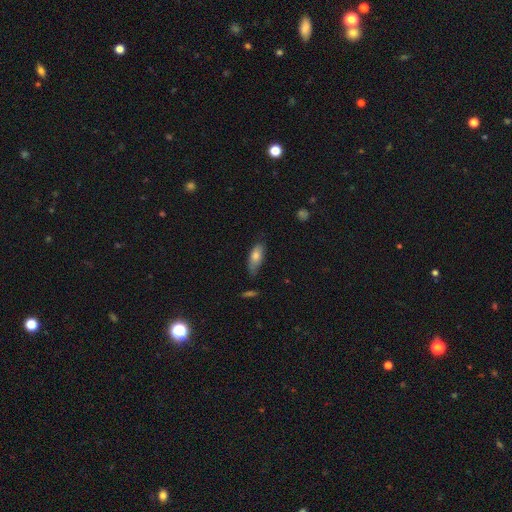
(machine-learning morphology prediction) type=smooth (74%); roundness=in between (77%); merging=none (62%).